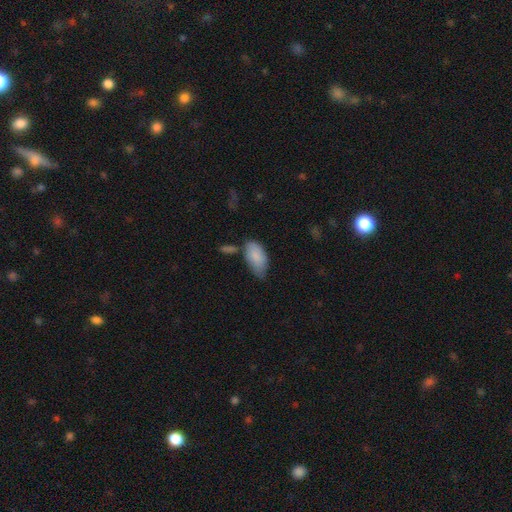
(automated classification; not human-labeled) Smooth or featured? smooth (84%)
How rounded? in between (94%)
Merging? none (46%)